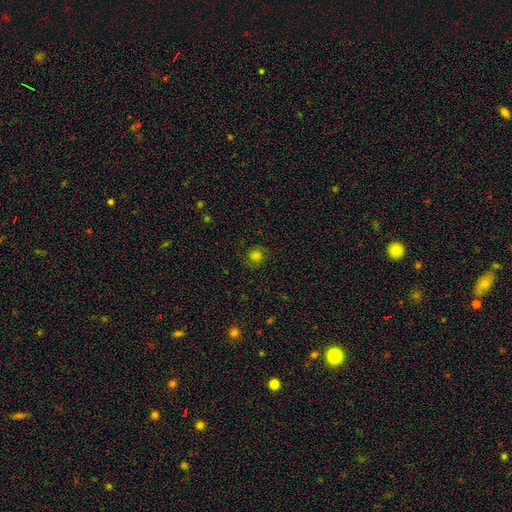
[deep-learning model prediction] Q: Smooth or featured?
A: smooth (64%); runner-up: star or artifact (18%)
Q: How rounded?
A: round (80%); runner-up: in between (19%)
Q: Merging?
A: none (77%); runner-up: minor disturbance (14%)